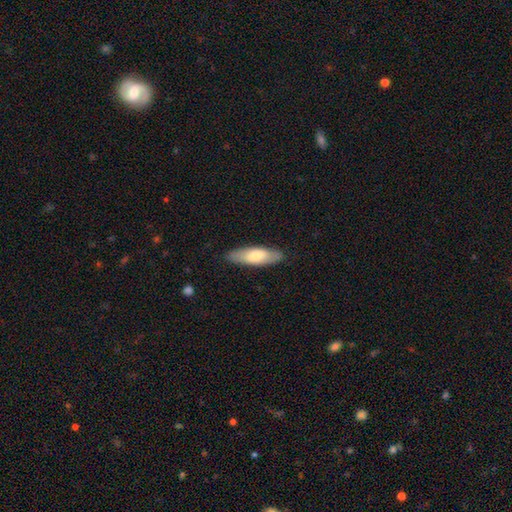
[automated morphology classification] A smooth galaxy with no disk features (69%) that is in between round and cigar-shaped (54%).

Vote fractions:
- Smooth or featured? smooth: 69% / featured or disk: 26% / star or artifact: 5%
- How rounded? in between: 54% / cigar-shaped: 44% / round: 2%
- Merging? none: 86% / minor disturbance: 11% / major disturbance: 2% / merger: 1%